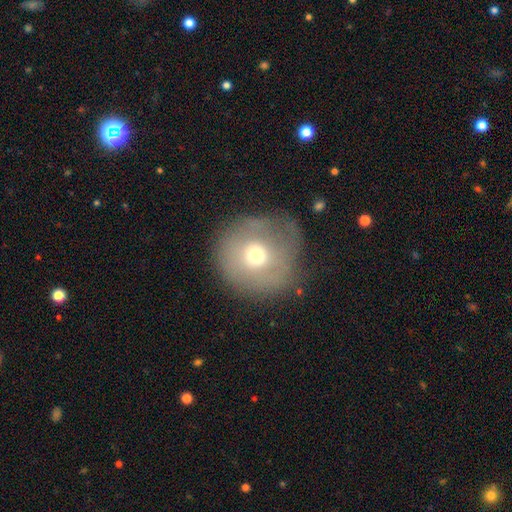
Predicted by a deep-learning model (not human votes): Morphology: type=smooth (61%); roundness=round (92%); merging=none (68%).